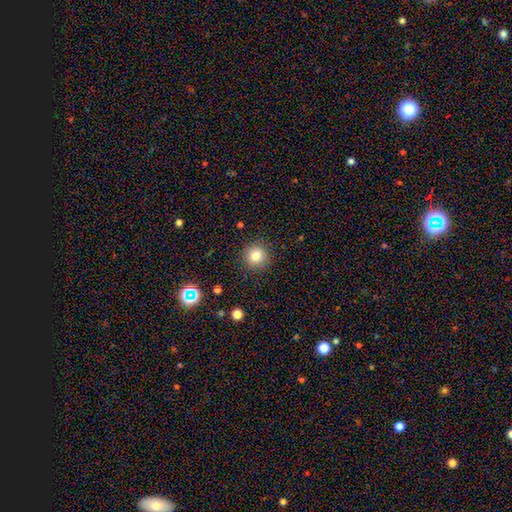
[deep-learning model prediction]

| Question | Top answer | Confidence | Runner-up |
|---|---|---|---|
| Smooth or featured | smooth | 81% | star or artifact (12%) |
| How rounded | round | 93% | in between (6%) |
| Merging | none | 90% | minor disturbance (6%) |